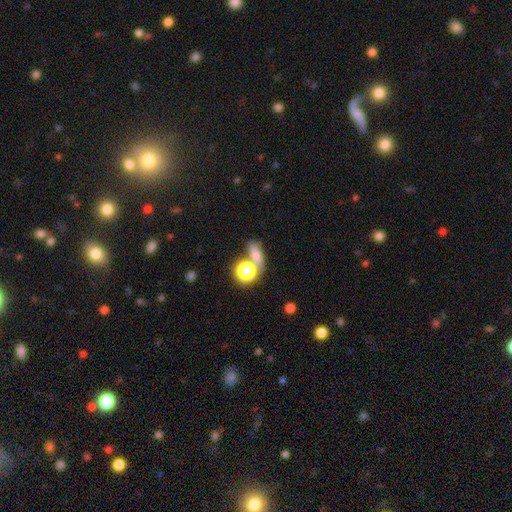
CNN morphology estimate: smooth-or-featured: smooth: 68% | star or artifact: 19% | featured or disk: 12%
  how-rounded: in between: 53% | round: 34% | cigar-shaped: 13%
  merging: none: 51% | merger: 31% | minor disturbance: 12% | major disturbance: 7%